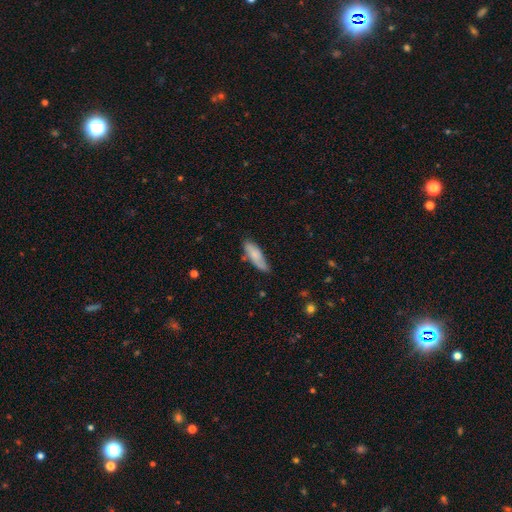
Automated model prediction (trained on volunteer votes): Overall: smooth (77%). How rounded: in between (53%; cigar-shaped 45%). Merging: none (59%; minor disturbance 31%).